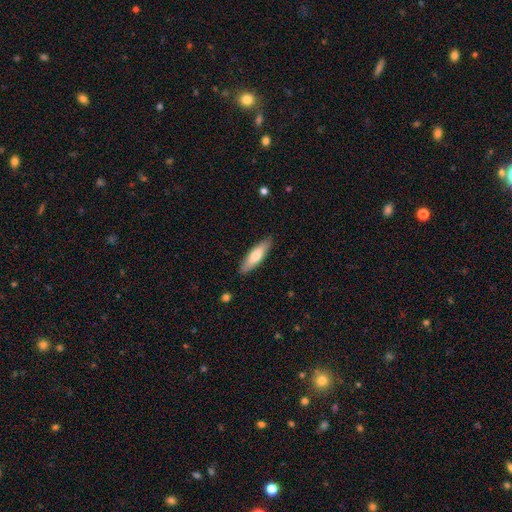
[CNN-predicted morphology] type=smooth (69%); roundness=cigar-shaped (60%); merging=none (87%).